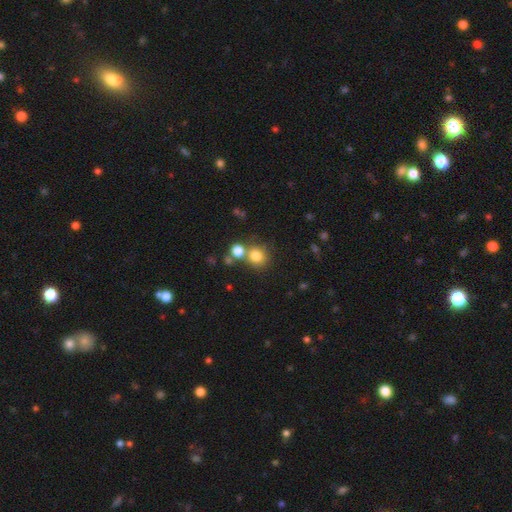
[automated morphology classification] Overall: smooth (79%). How rounded: round (86%). Merging: none (62%; merger 25%).